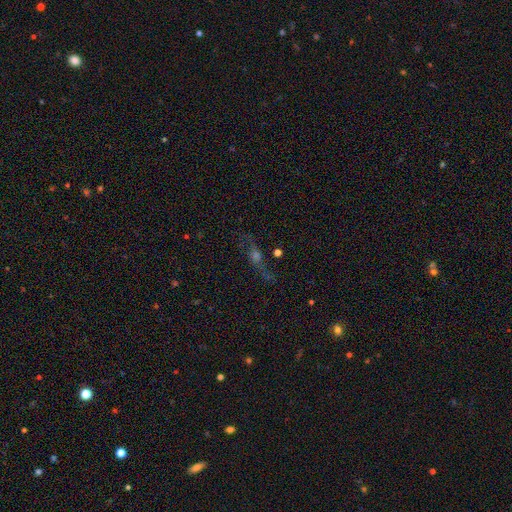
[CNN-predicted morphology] Smooth or featured? Predicted: featured or disk (p=0.59). Edge-on disk? Predicted: no (p=0.56). Merging? Predicted: none (p=0.67).